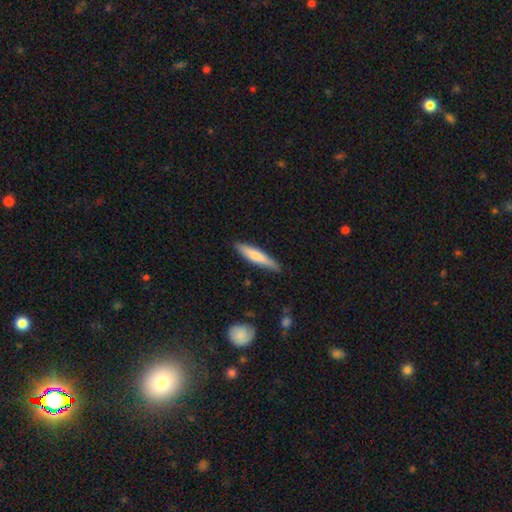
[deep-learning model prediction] Smooth or featured?
  - smooth: 69% *
  - featured or disk: 25%
  - star or artifact: 5%
How rounded?
  - cigar-shaped: 87% *
  - in between: 12%
  - round: 1%
Merging?
  - none: 85% *
  - minor disturbance: 12%
  - major disturbance: 2%
  - merger: 1%